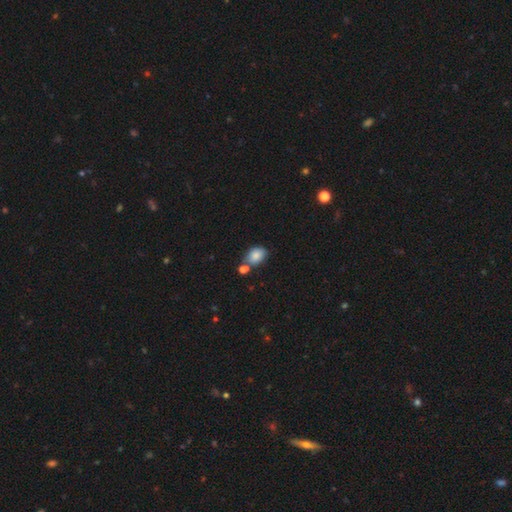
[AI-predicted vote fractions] Smooth or featured? smooth (84%)
How rounded? in between (77%)
Merging? none (53%)